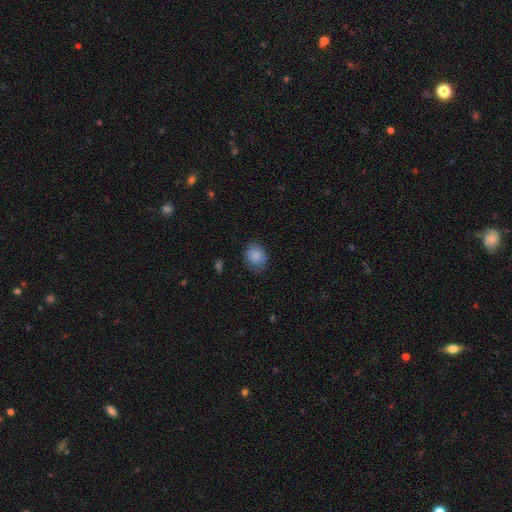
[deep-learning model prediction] A smooth galaxy with no disk features (86%) that is round (50%). Merging: none (72%).